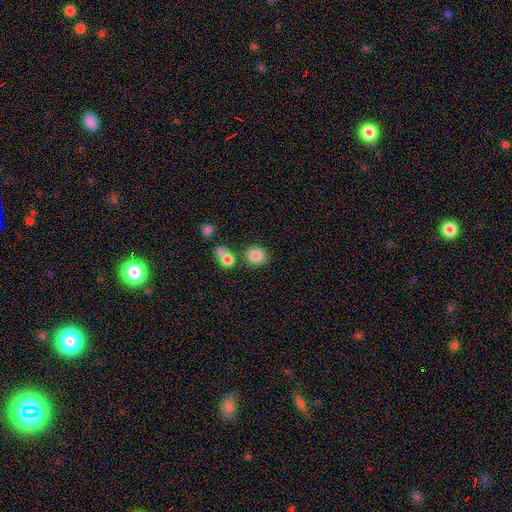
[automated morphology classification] Smooth or featured? smooth (84%)
How rounded? round (83%)
Merging? none (73%)